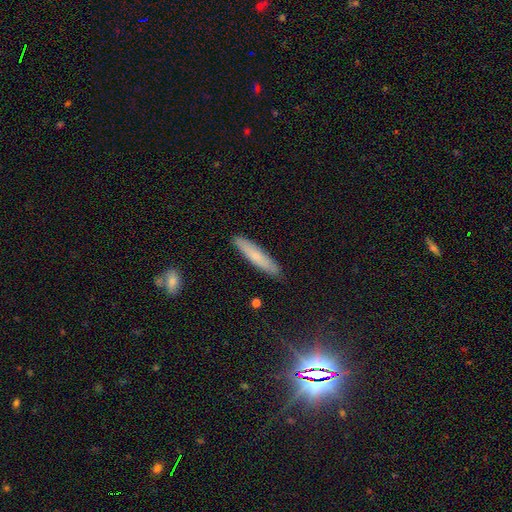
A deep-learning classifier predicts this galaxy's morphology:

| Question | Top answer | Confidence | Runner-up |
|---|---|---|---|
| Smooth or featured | smooth | 73% | featured or disk (20%) |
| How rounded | cigar-shaped | 90% | in between (9%) |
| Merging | none | 89% | minor disturbance (8%) |